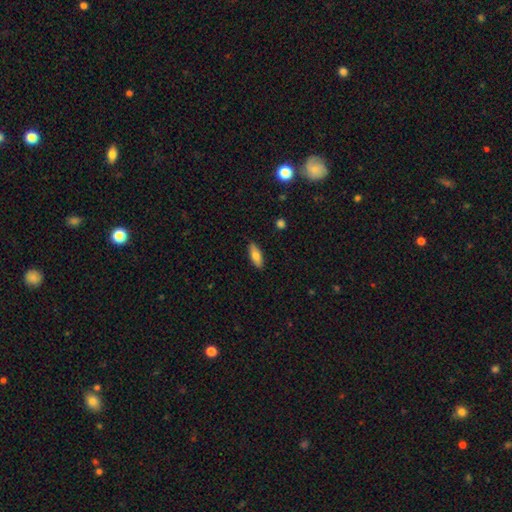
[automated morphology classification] This appears to be a smooth galaxy with no disk features (74%) that is in between round and cigar-shaped (68%). Merging: none (87%).